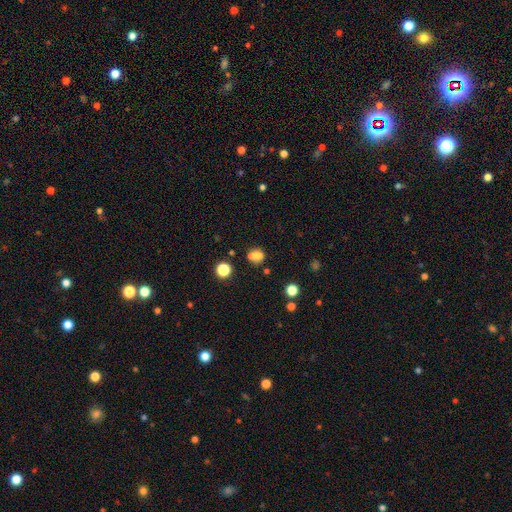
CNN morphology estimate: The model was most divided on "how rounded": round: 54%, in between: 44%, cigar-shaped: 2%. More confident: smooth or featured — smooth (73%); merging — none (57%).